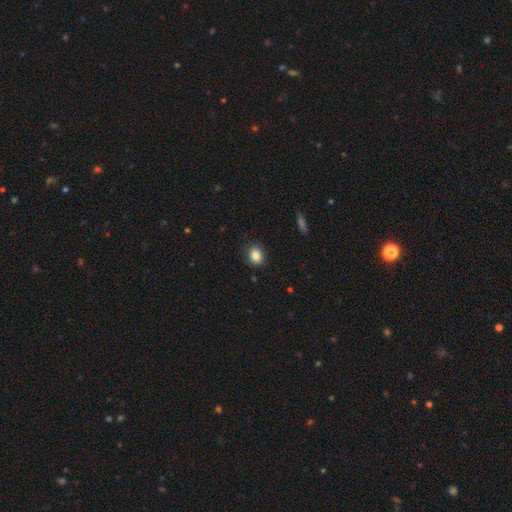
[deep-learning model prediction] A smooth galaxy with no disk features (85%) that is round (55%). Merging: none (87%).